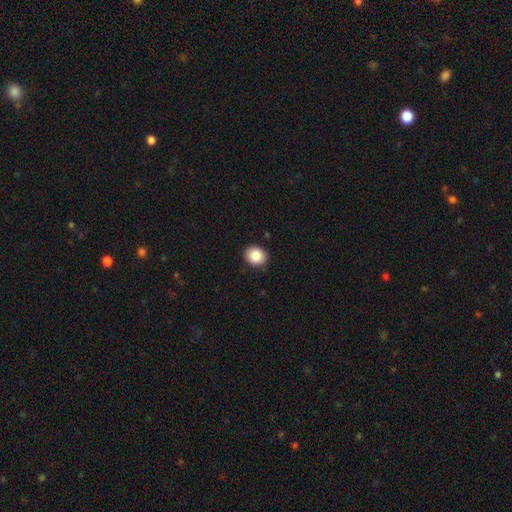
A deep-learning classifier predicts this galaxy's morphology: Smooth or featured?
  - smooth: 87% *
  - star or artifact: 9%
  - featured or disk: 4%
How rounded?
  - round: 72% *
  - in between: 27%
  - cigar-shaped: 1%
Merging?
  - none: 89% *
  - minor disturbance: 8%
  - major disturbance: 2%
  - merger: 1%